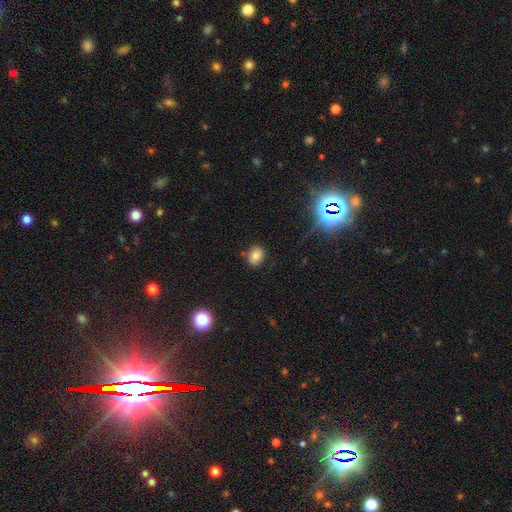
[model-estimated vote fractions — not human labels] Smooth or featured? Predicted: smooth (p=0.74). How rounded? Predicted: round (p=0.56). Merging? Predicted: none (p=0.82).